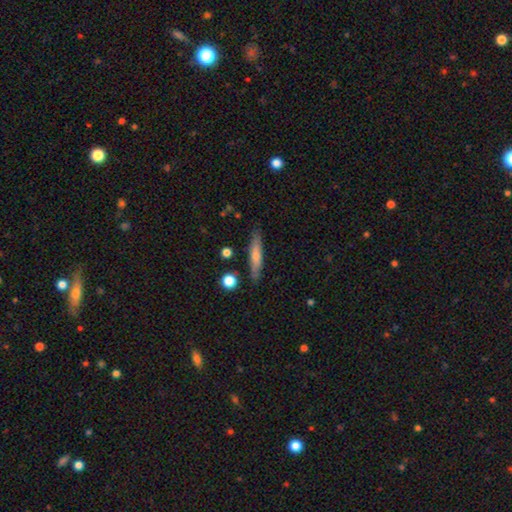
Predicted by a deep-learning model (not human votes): Morphology: type=smooth (57%); roundness=cigar-shaped (89%); merging=none (85%).